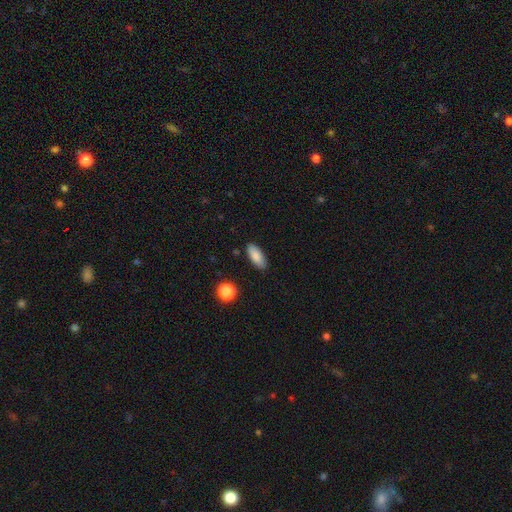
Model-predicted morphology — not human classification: A smooth galaxy with no disk features (86%) that is in between round and cigar-shaped (82%).

Vote fractions:
- Smooth or featured? smooth: 86% / star or artifact: 7% / featured or disk: 7%
- How rounded? in between: 82% / cigar-shaped: 15% / round: 2%
- Merging? none: 86% / minor disturbance: 10% / major disturbance: 2% / merger: 2%